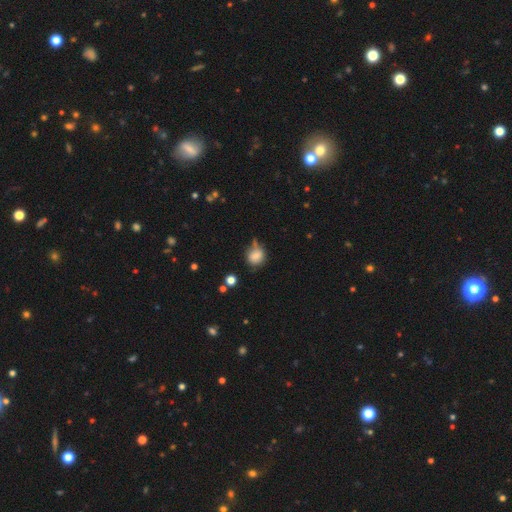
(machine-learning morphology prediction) Smooth or featured?
  - smooth: 80% *
  - star or artifact: 11%
  - featured or disk: 10%
How rounded?
  - round: 75% *
  - in between: 24%
  - cigar-shaped: 1%
Merging?
  - none: 56% *
  - minor disturbance: 27%
  - merger: 9%
  - major disturbance: 8%